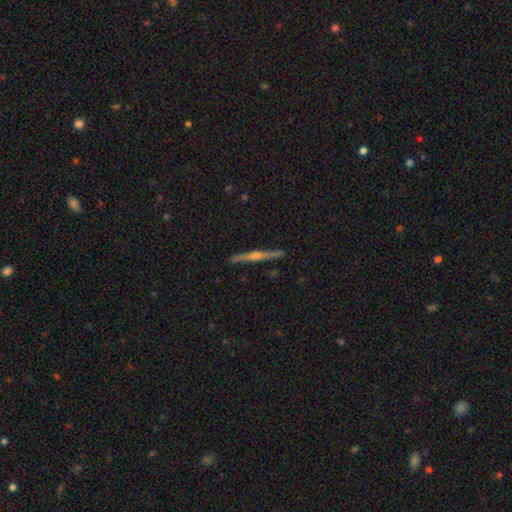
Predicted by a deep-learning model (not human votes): Smooth or featured?
  - featured or disk: 78% *
  - smooth: 16%
  - star or artifact: 6%
Edge-on disk?
  - yes: 98% *
  - no: 2%
Edge-on bulge?
  - rounded: 87% *
  - none: 8%
  - boxy: 5%
Merging?
  - none: 91% *
  - minor disturbance: 6%
  - major disturbance: 1%
  - merger: 1%